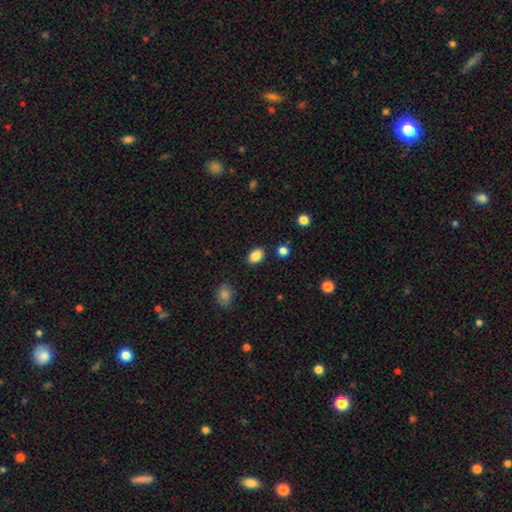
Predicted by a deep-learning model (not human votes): smooth-or-featured: smooth: 87% | star or artifact: 9% | featured or disk: 4%
  how-rounded: in between: 78% | round: 20% | cigar-shaped: 1%
  merging: none: 86% | minor disturbance: 9% | major disturbance: 3% | merger: 2%